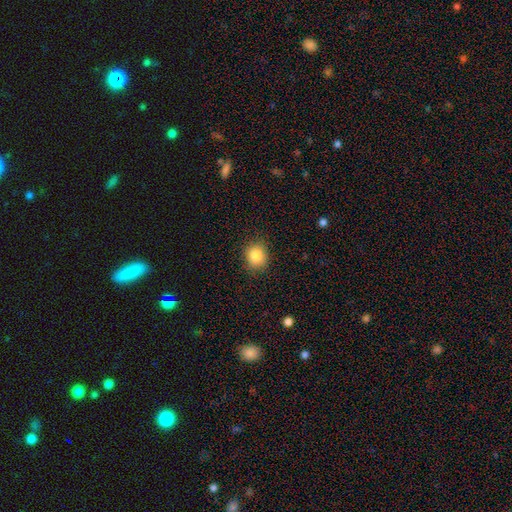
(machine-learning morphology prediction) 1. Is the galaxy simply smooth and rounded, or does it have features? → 84% smooth, 10% star or artifact, 6% featured or disk.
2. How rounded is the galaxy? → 77% round, 22% in between, 1% cigar-shaped.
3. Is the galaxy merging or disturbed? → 87% none, 10% minor disturbance, 2% major disturbance, 1% merger.